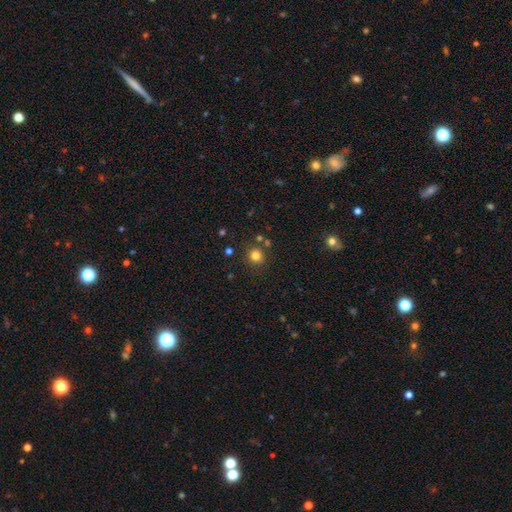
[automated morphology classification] Smooth or featured?
  - smooth: 80% *
  - star or artifact: 14%
  - featured or disk: 6%
How rounded?
  - round: 91% *
  - in between: 8%
  - cigar-shaped: 1%
Merging?
  - none: 83% *
  - minor disturbance: 8%
  - merger: 6%
  - major disturbance: 3%